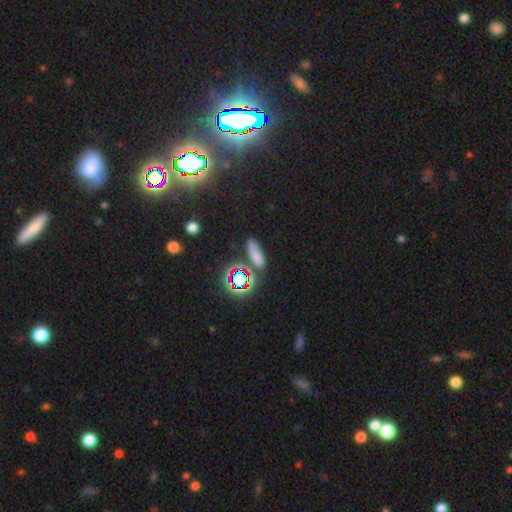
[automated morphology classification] smooth 60%, star or artifact 30%, featured or disk 10%. Down the decision tree: how rounded — in between (58%); merging — none (63%).